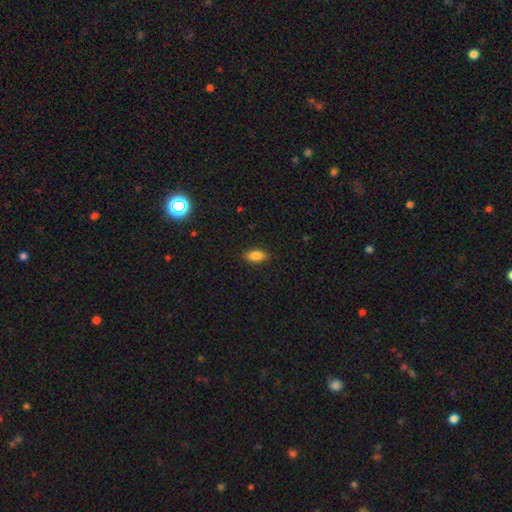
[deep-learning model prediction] Q: Smooth or featured?
A: smooth (83%); runner-up: star or artifact (9%)
Q: How rounded?
A: in between (86%); runner-up: cigar-shaped (10%)
Q: Merging?
A: none (86%); runner-up: minor disturbance (10%)